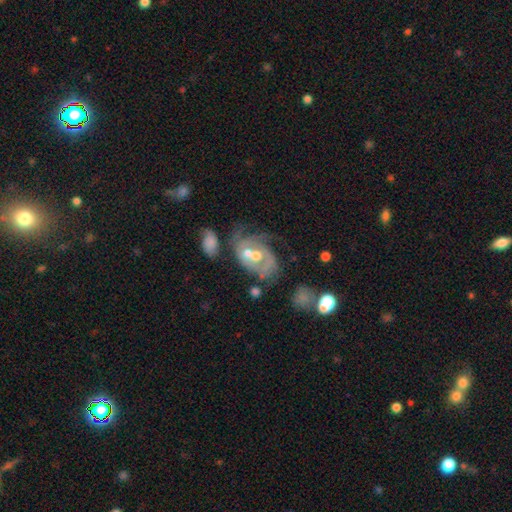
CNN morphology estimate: smooth_or_featured: featured or disk (p=0.79) [alt: star or artifact p=0.11]
disk_edge_on: no (p=0.96) [alt: yes p=0.04]
bar: no (p=0.42) [tied with: weak p=0.42]
has_spiral_arms: yes (p=0.90) [alt: no p=0.10]
spiral_winding: medium (p=0.44) [alt: tight p=0.40]
spiral_arm_count: 2 (p=0.54) [alt: can't tell p=0.21]
bulge_size: moderate (p=0.54) [alt: small p=0.40]
merging: none (p=0.52) [alt: minor disturbance p=0.18]